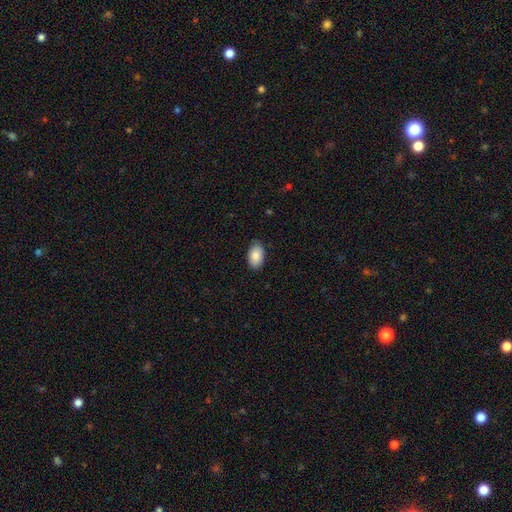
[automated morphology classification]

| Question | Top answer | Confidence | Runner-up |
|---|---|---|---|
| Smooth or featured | smooth | 87% | star or artifact (7%) |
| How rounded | in between | 92% | round (7%) |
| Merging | none | 85% | minor disturbance (12%) |